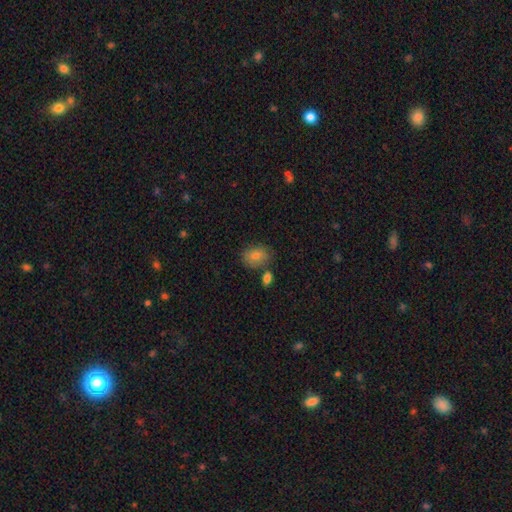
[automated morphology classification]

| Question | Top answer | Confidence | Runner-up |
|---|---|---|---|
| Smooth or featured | smooth | 79% | featured or disk (11%) |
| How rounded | in between | 67% | round (32%) |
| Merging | none | 74% | minor disturbance (13%) |